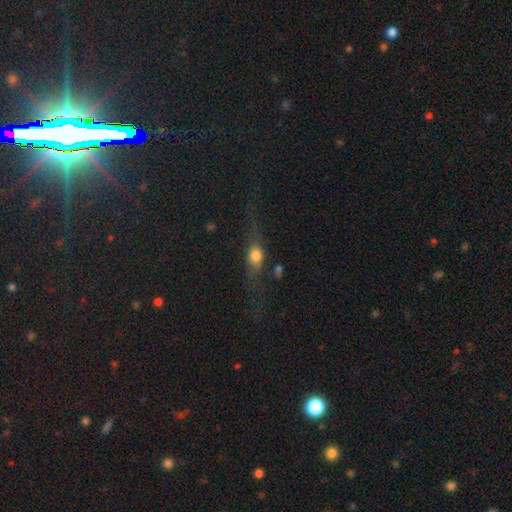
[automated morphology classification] A smooth galaxy with no disk features (46%).

Vote fractions:
- Smooth or featured? smooth: 46% / featured or disk: 42% / star or artifact: 12%
- Merging? none: 56% / major disturbance: 21% / minor disturbance: 19% / merger: 4%